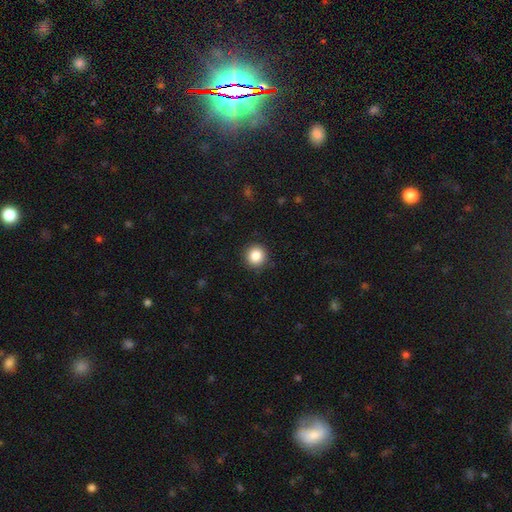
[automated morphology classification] A smooth galaxy with no disk features (86%) that is round (94%).

Vote fractions:
- Smooth or featured? smooth: 86% / star or artifact: 10% / featured or disk: 4%
- How rounded? round: 94% / in between: 5% / cigar-shaped: 1%
- Merging? none: 91% / minor disturbance: 6% / major disturbance: 2% / merger: 1%